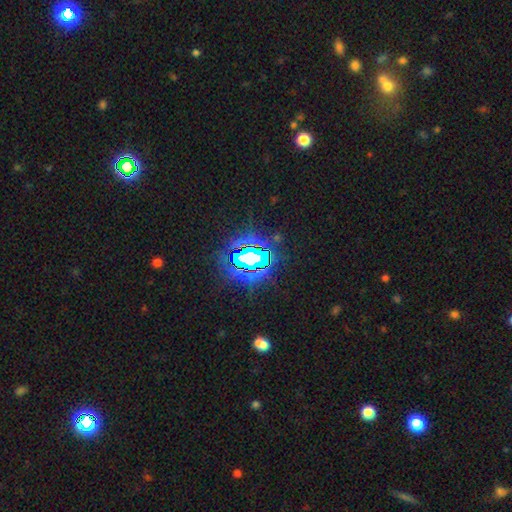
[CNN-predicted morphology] The model was most divided on "smooth or featured": star or artifact: 75%, smooth: 13%, featured or disk: 12%.